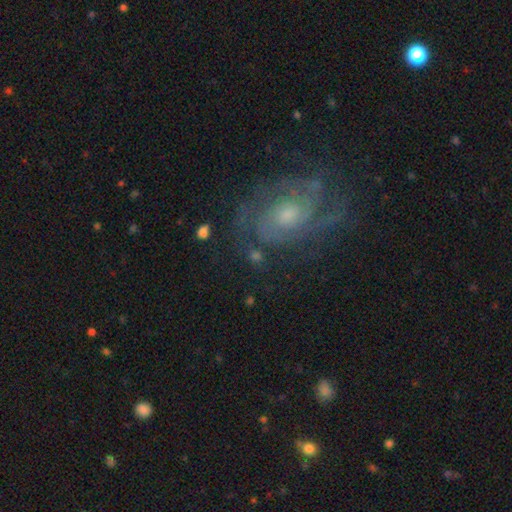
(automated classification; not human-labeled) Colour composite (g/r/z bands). It shows a featured or disk galaxy (72%) with no bar (63%), 2 (47%) tight (56%) spiral arms (93%) and a small central bulge (45%). Merging: none (72%).